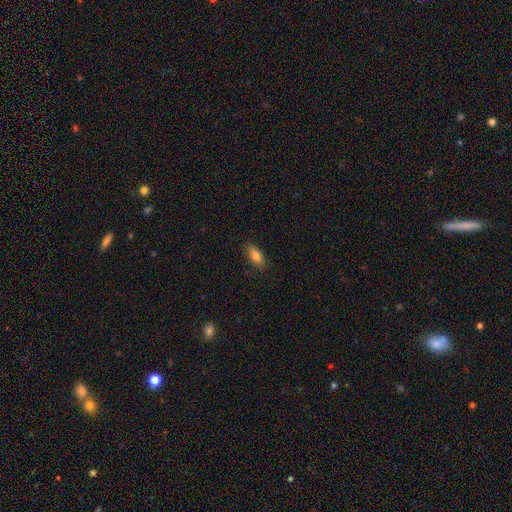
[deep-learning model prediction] Morphology: type=smooth (84%); roundness=in between (83%); merging=none (86%).